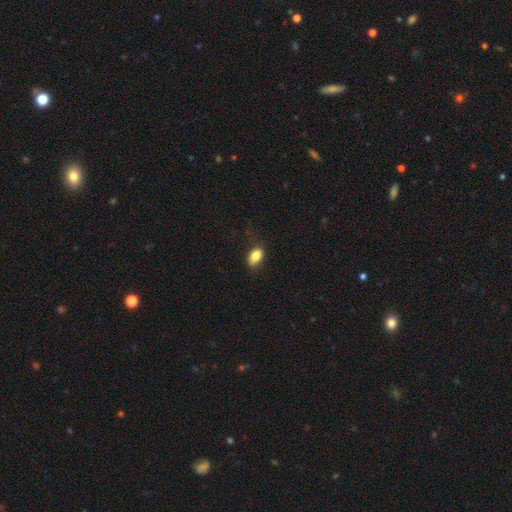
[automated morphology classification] Smooth or featured? Predicted: smooth (p=0.85). How rounded? Predicted: in between (p=0.87). Merging? Predicted: none (p=0.79).